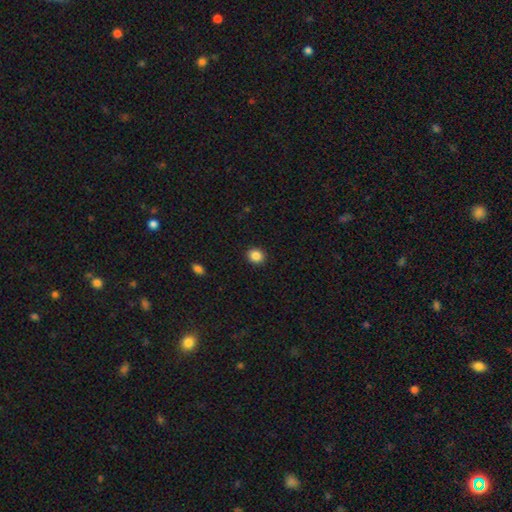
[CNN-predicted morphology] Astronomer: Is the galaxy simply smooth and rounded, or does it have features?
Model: smooth — 86%.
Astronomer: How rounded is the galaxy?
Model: round — 73%.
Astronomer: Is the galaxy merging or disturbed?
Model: none — 92%.